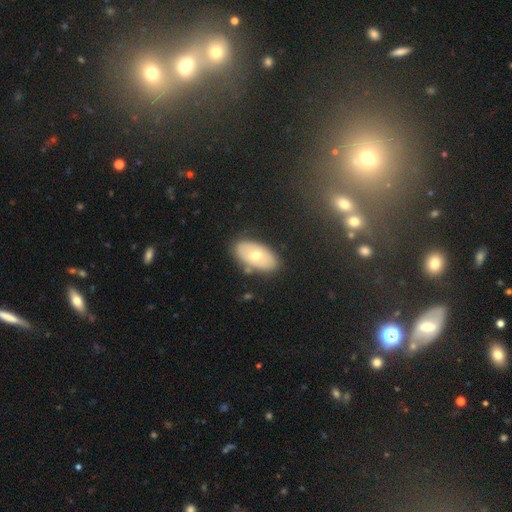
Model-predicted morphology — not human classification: This appears to be a smooth galaxy with no disk features (54%) that is in between round and cigar-shaped (93%). Merging: none (81%).